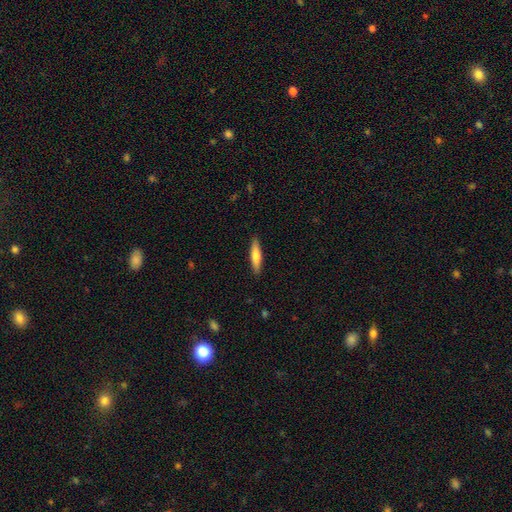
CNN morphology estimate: The model was most divided on "smooth or featured": smooth: 68%, featured or disk: 27%, star or artifact: 5%. More confident: merging — none (90%); how rounded — cigar-shaped (82%).